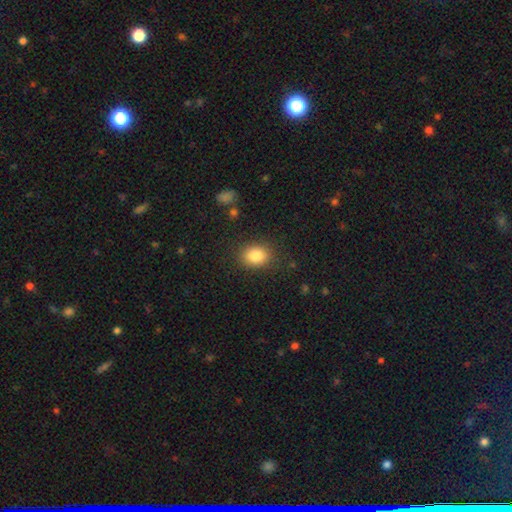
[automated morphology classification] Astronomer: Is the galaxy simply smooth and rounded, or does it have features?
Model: smooth — 85%.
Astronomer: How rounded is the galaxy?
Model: in between — 54% (runner-up: round, 45%).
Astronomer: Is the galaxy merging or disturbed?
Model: none — 85%.